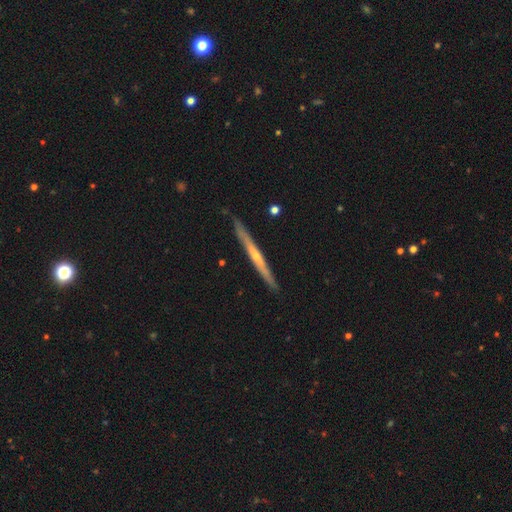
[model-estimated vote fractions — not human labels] smooth-or-featured: featured or disk: 68% | smooth: 27% | star or artifact: 5%
  disk-edge-on: yes: 97% | no: 3%
    edge-on-bulge: rounded: 49% | none: 47% | boxy: 4%
  merging: none: 88% | minor disturbance: 9% | major disturbance: 1% | merger: 1%